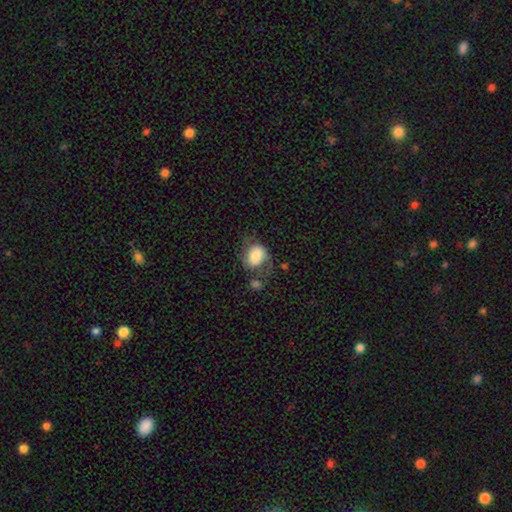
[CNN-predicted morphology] A smooth galaxy with no disk features (67%) that is in between round and cigar-shaped (62%). Merging: none (41%).